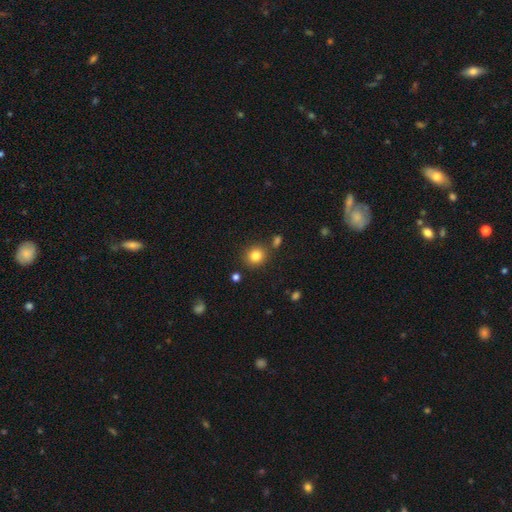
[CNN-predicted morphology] Smooth or featured? smooth (83%)
How rounded? round (86%)
Merging? none (84%)